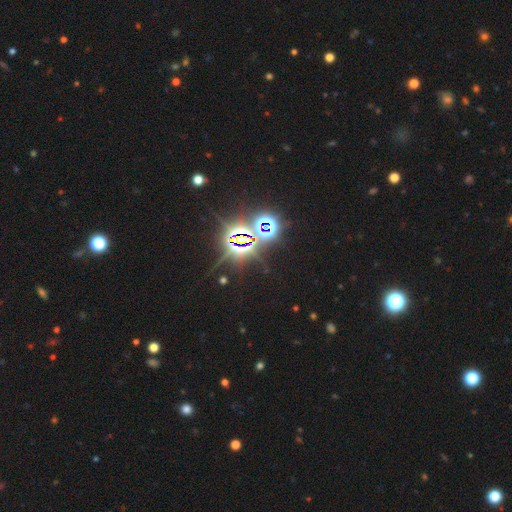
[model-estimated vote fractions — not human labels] Morphology: type=star or artifact (83%).